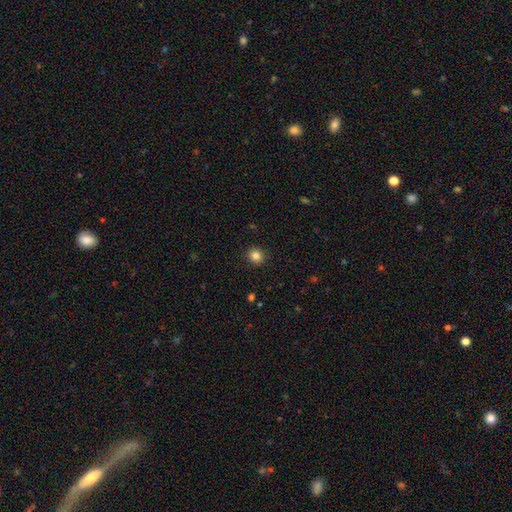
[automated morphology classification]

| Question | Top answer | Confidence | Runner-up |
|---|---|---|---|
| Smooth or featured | smooth | 85% | star or artifact (11%) |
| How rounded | round | 84% | in between (15%) |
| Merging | none | 91% | minor disturbance (6%) |